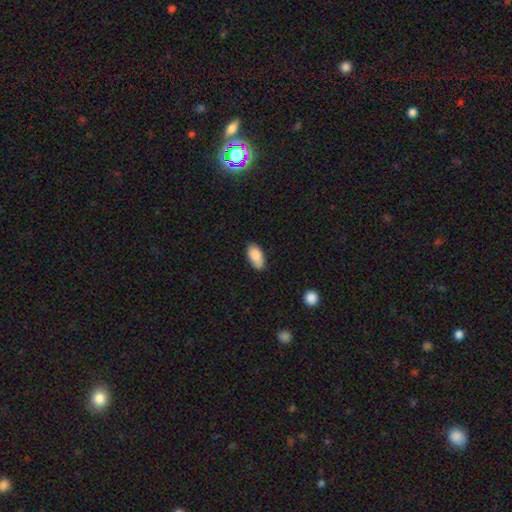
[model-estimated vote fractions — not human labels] smooth_or_featured: smooth (p=0.88) [alt: star or artifact p=0.07]
how_rounded: in between (p=0.93) [alt: cigar-shaped p=0.04]
merging: none (p=0.78) [alt: minor disturbance p=0.17]